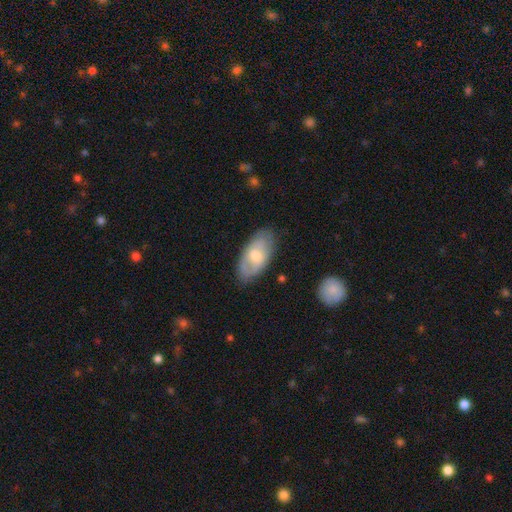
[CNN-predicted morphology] The model was most divided on "smooth or featured" (2-way tie): featured or disk: 47%, smooth: 47%, star or artifact: 6%. More confident: merging — none (75%).